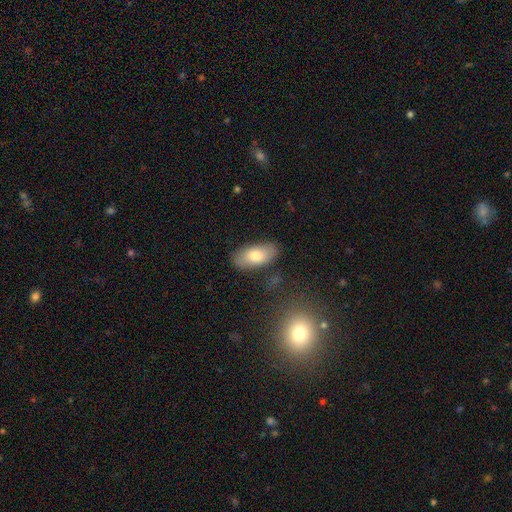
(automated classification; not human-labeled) smooth_or_featured: smooth (p=0.77) [alt: featured or disk p=0.16]
how_rounded: in between (p=0.91) [alt: cigar-shaped p=0.06]
merging: none (p=0.84) [alt: minor disturbance p=0.11]